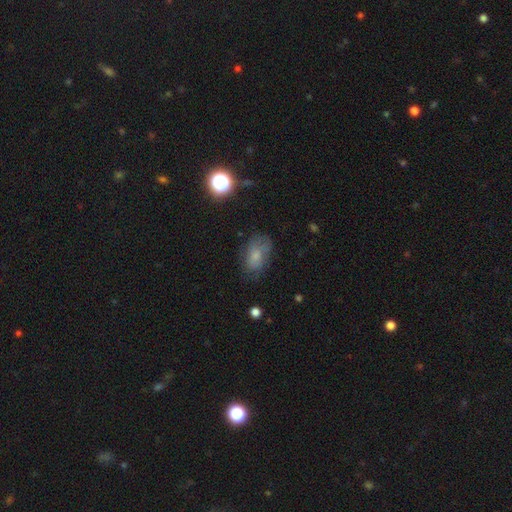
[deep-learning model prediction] smooth 65%, featured or disk 23%, star or artifact 12%. Down the decision tree: how rounded — in between (87%); merging — none (59%).